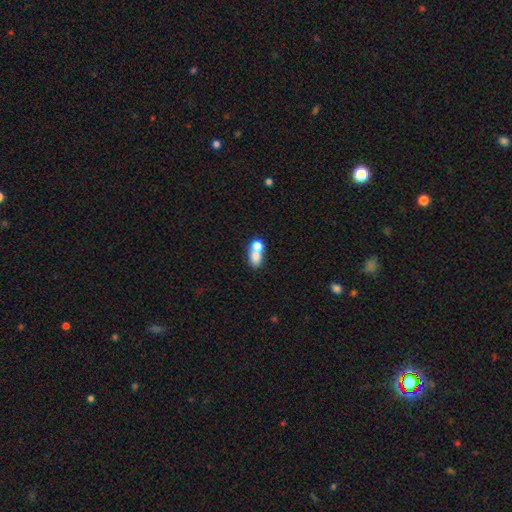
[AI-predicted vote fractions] smooth 73%, featured or disk 16%, star or artifact 11%. Down the decision tree: how rounded — in between (63%); merging — merger (59%).